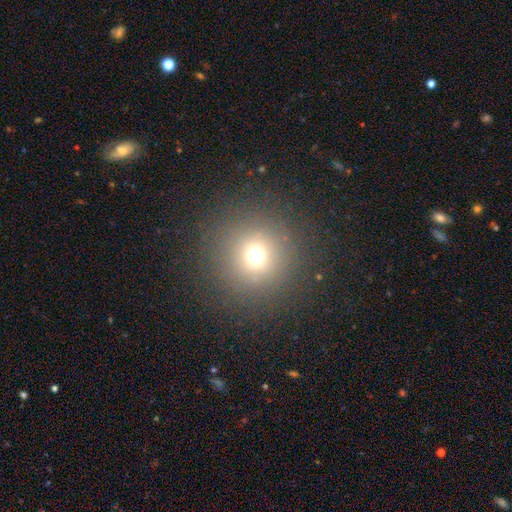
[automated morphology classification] Smooth or featured? Predicted: smooth (p=0.66). How rounded? Predicted: round (p=0.94). Merging? Predicted: none (p=0.86).